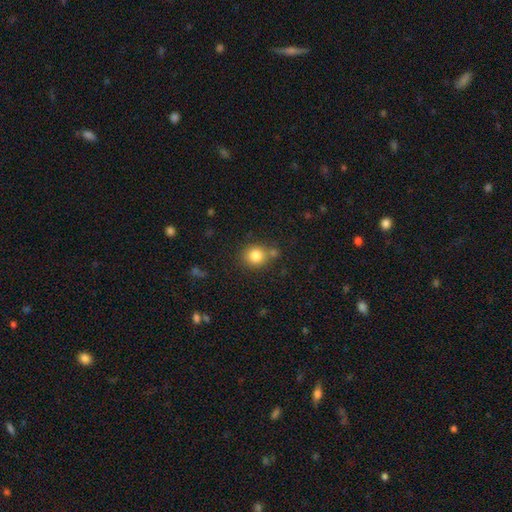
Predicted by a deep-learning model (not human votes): Smooth or featured? smooth (83%)
How rounded? round (83%)
Merging? none (71%)